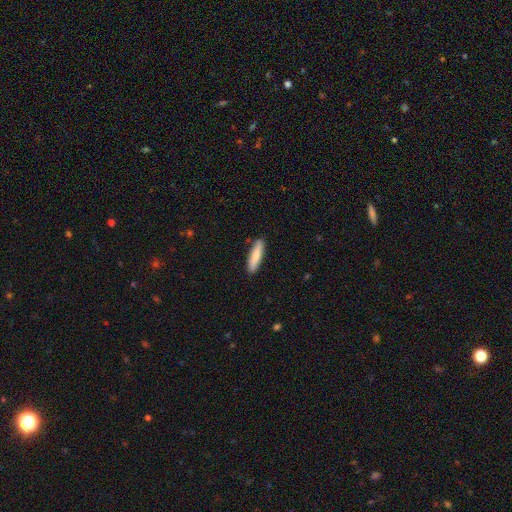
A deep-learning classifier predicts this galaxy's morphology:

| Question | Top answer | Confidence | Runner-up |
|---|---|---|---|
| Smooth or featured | smooth | 76% | featured or disk (19%) |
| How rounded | cigar-shaped | 74% | in between (25%) |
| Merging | none | 89% | minor disturbance (8%) |